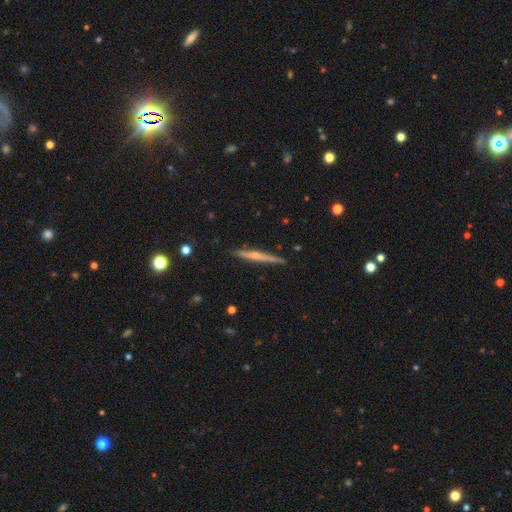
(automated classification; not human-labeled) Smooth or featured?
  - featured or disk: 68% *
  - smooth: 26%
  - star or artifact: 6%
Edge-on disk?
  - yes: 98% *
  - no: 2%
Edge-on bulge?
  - rounded: 69% *
  - none: 26%
  - boxy: 5%
Merging?
  - none: 88% *
  - minor disturbance: 9%
  - major disturbance: 1%
  - merger: 1%